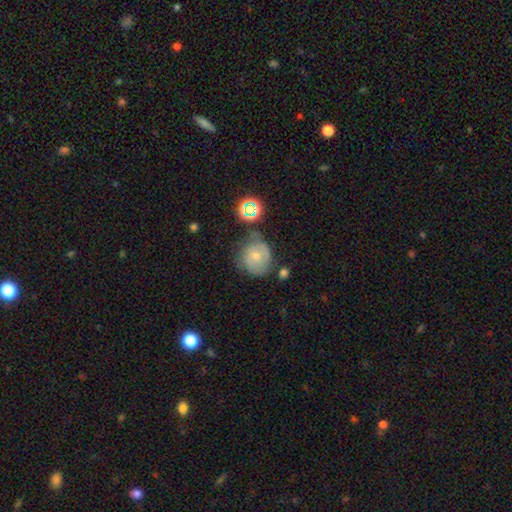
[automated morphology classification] Overall: smooth (53%; featured or disk 35%). How rounded: round (80%). Merging: none (51%; minor disturbance 27%).